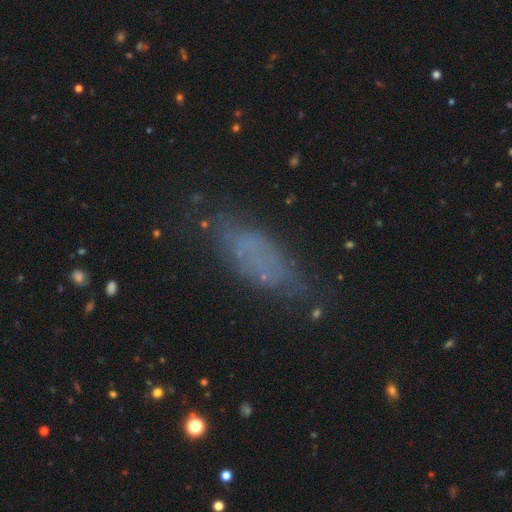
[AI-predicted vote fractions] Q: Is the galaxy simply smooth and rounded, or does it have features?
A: smooth — 59%.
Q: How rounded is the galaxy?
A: in between — 70%.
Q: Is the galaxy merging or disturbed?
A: none — 67%.